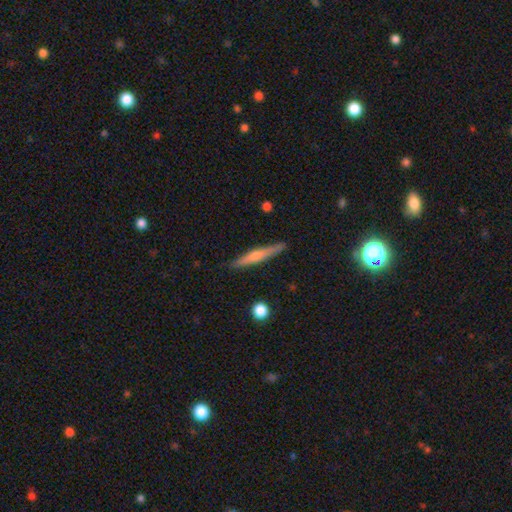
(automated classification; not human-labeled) Smooth or featured? Predicted: featured or disk (p=0.61). Edge-on disk? Predicted: yes (p=0.97). Edge-on bulge? Predicted: rounded (p=0.74). Merging? Predicted: none (p=0.90).